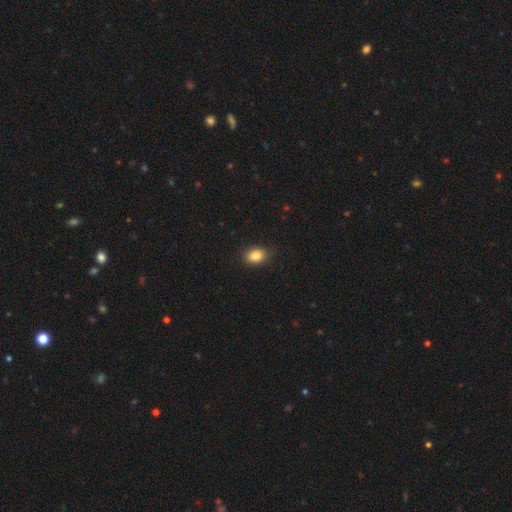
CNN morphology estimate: A smooth galaxy with no disk features (85%) that is in between round and cigar-shaped (74%).

Vote fractions:
- Smooth or featured? smooth: 85% / star or artifact: 9% / featured or disk: 6%
- How rounded? in between: 74% / round: 25% / cigar-shaped: 1%
- Merging? none: 88% / minor disturbance: 9% / major disturbance: 2% / merger: 1%